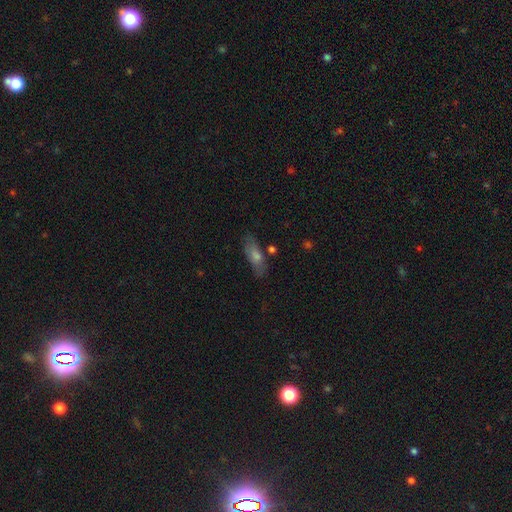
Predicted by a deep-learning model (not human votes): A smooth galaxy with no disk features (57%) that is in between round and cigar-shaped (51%). Merging: none (76%).